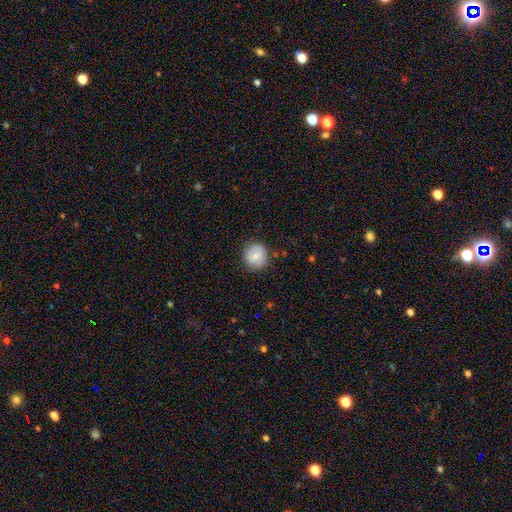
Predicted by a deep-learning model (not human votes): smooth-or-featured: smooth: 71% | featured or disk: 21% | star or artifact: 8%
  how-rounded: round: 89% | in between: 10% | cigar-shaped: 1%
  merging: none: 80% | minor disturbance: 15% | major disturbance: 4% | merger: 1%